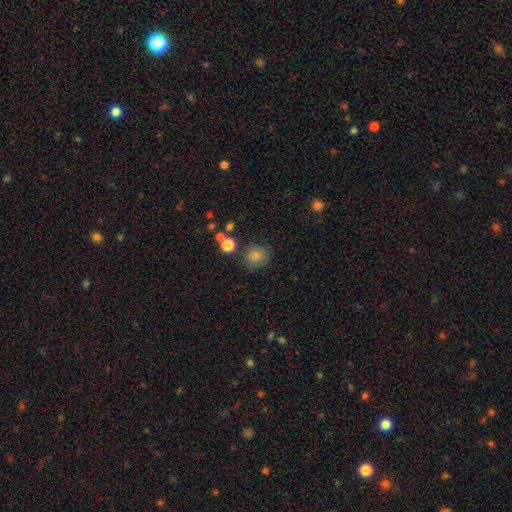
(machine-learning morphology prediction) type=smooth (83%); roundness=round (81%); merging=none (77%).